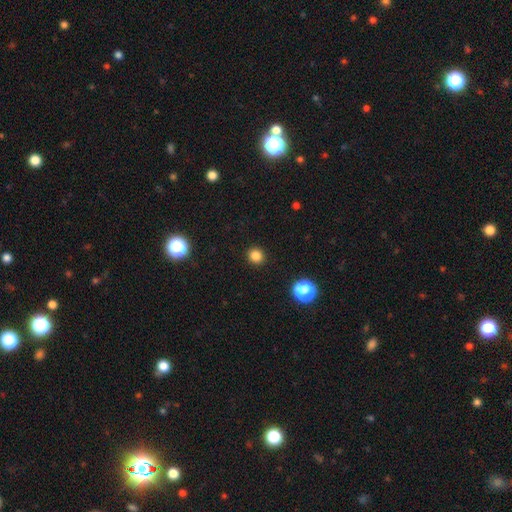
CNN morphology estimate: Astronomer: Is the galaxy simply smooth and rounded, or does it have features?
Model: smooth — 83%.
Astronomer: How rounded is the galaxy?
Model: round — 89%.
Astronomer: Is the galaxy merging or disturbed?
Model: none — 92%.